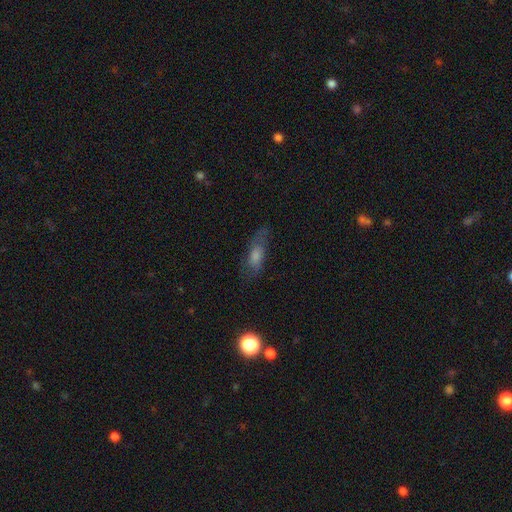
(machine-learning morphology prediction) The model was most divided on "smooth or featured": smooth: 51%, featured or disk: 35%, star or artifact: 14%. More confident: merging — none (65%); how rounded — in between (59%).